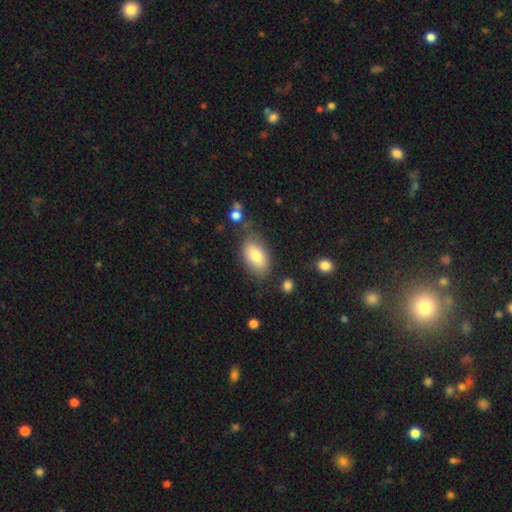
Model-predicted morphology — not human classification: Smooth or featured? smooth (78%)
How rounded? in between (91%)
Merging? none (70%)